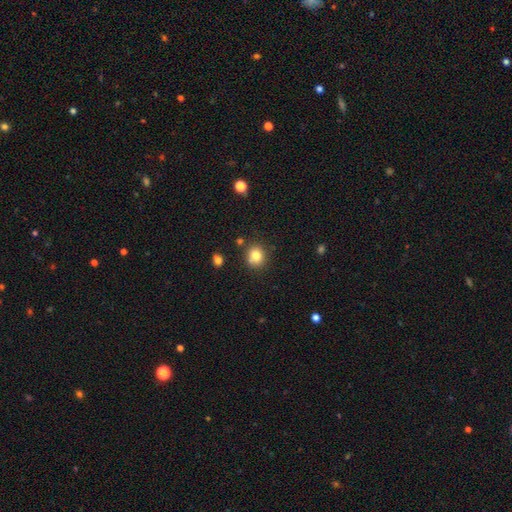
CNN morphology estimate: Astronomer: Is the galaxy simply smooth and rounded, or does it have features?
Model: smooth — 81%.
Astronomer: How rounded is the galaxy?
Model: round — 82%.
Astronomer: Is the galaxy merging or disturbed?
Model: none — 80%.